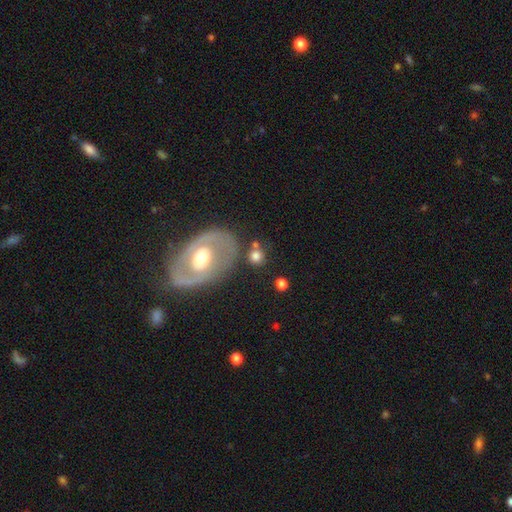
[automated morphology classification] Smooth or featured? Predicted: smooth (p=0.73). How rounded? Predicted: round (p=0.77). Merging? Predicted: none (p=0.64).